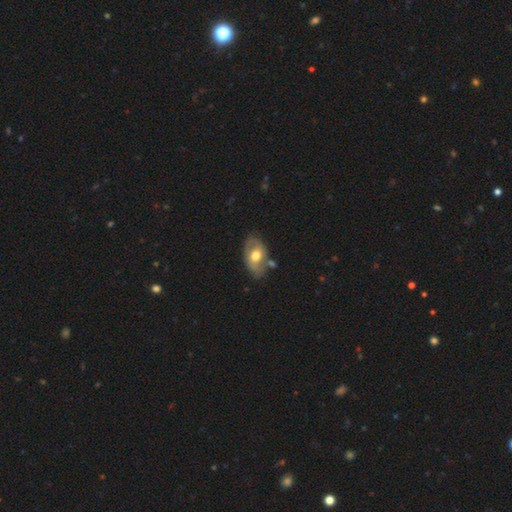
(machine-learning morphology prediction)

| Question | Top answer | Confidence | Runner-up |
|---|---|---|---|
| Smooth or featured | featured or disk | 50% | smooth (44%) |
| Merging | none | 60% | minor disturbance (24%) |